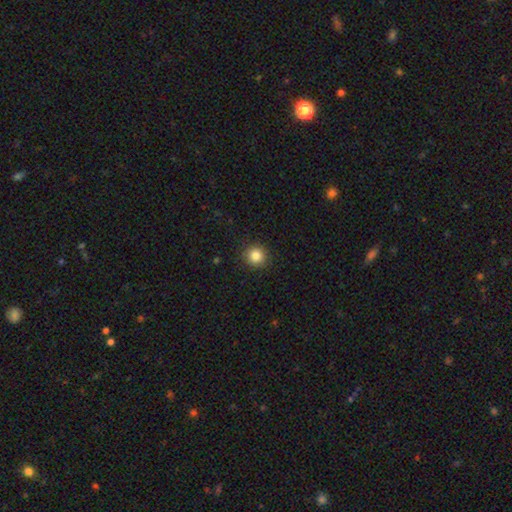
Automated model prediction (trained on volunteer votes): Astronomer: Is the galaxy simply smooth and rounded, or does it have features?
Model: smooth — 84%.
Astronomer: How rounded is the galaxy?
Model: round — 93%.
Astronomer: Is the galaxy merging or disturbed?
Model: none — 91%.